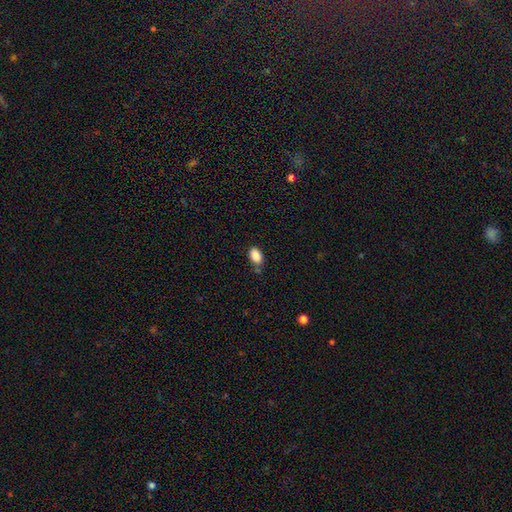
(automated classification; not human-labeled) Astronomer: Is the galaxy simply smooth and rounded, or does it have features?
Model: smooth — 87%.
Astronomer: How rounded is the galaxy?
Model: in between — 90%.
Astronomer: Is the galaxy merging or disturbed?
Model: none — 68%.